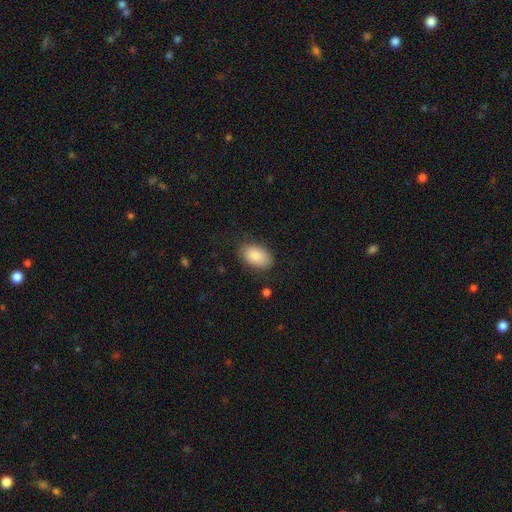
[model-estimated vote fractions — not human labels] smooth 87%, featured or disk 7%, star or artifact 7%. Down the decision tree: how rounded — in between (92%); merging — none (81%).